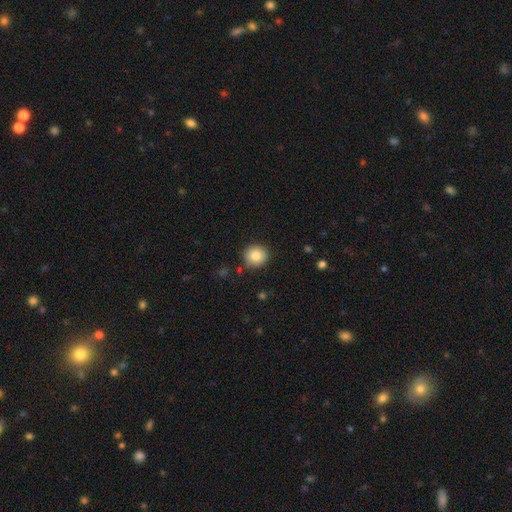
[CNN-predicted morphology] smooth 86%, star or artifact 9%, featured or disk 5%. Down the decision tree: how rounded — round (92%); merging — none (87%).